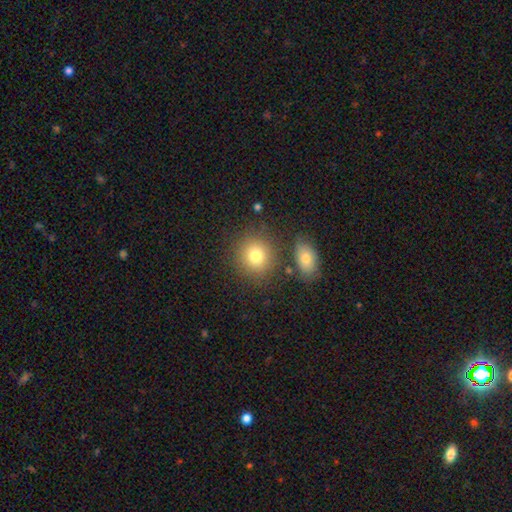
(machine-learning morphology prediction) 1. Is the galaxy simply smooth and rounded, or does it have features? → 78% smooth, 11% star or artifact, 10% featured or disk.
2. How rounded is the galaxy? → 84% round, 15% in between, 1% cigar-shaped.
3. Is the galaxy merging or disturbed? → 79% none, 9% minor disturbance, 8% merger, 4% major disturbance.